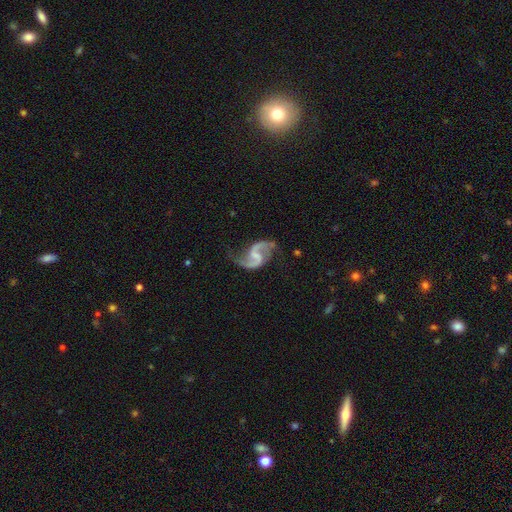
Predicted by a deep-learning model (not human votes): Overall: featured or disk (93%). Edge-on disk: no (98%). Bar: weak (54%; no 24%). Spiral arms: yes (98%). Spiral arm count: 2 (94%). Spiral winding: loose (64%; medium 31%). Bulge size: none (43%; small 39%). Merging: none (71%).